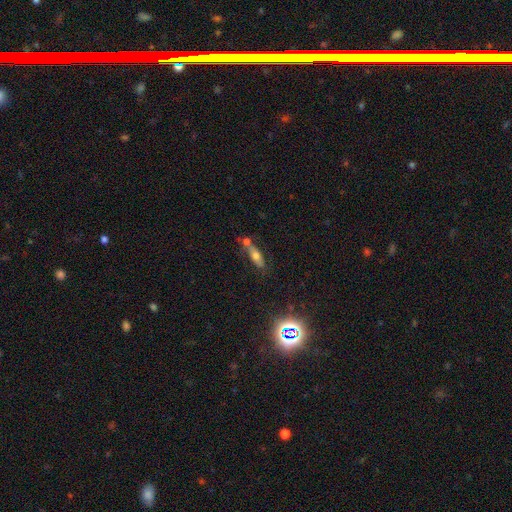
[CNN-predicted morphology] The model was most divided on "smooth or featured": smooth: 51%, featured or disk: 33%, star or artifact: 16%. Remaining: how rounded — in between (62%); merging — none (49%).